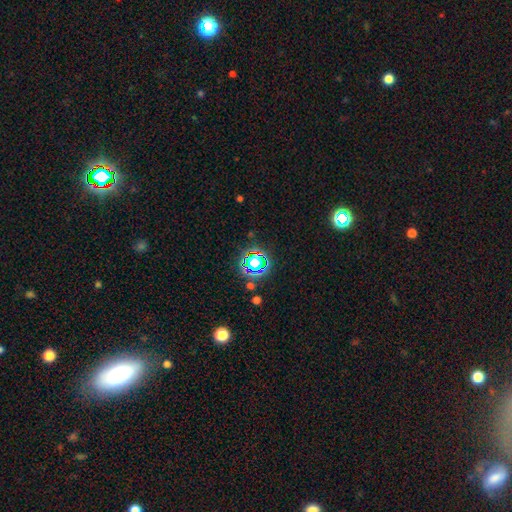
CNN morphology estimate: type=star or artifact (60%).